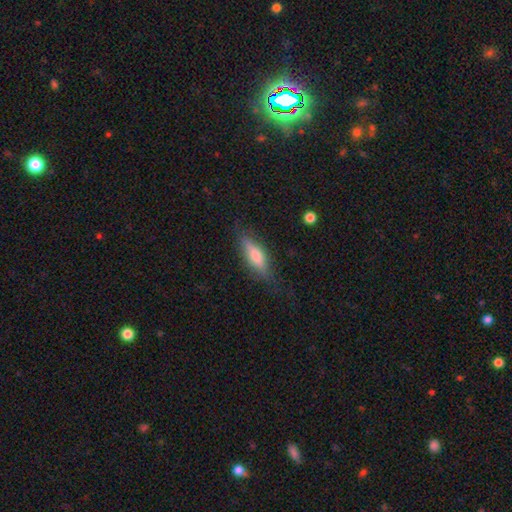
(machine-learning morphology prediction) smooth 58%, featured or disk 35%, star or artifact 7%. Down the decision tree: how rounded — cigar-shaped (55%); merging — none (76%).